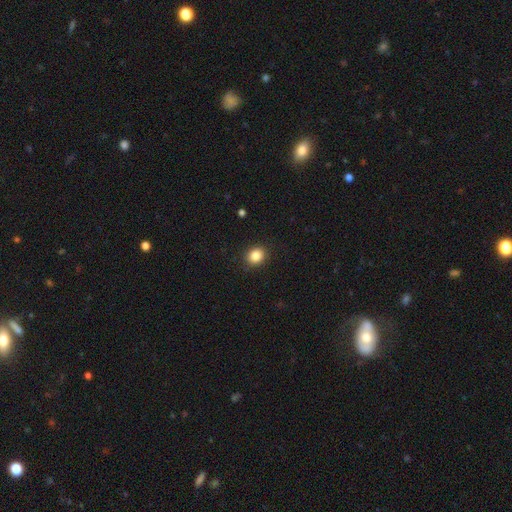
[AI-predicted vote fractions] Smooth or featured? Predicted: smooth (p=0.85). How rounded? Predicted: round (p=0.67). Merging? Predicted: none (p=0.90).